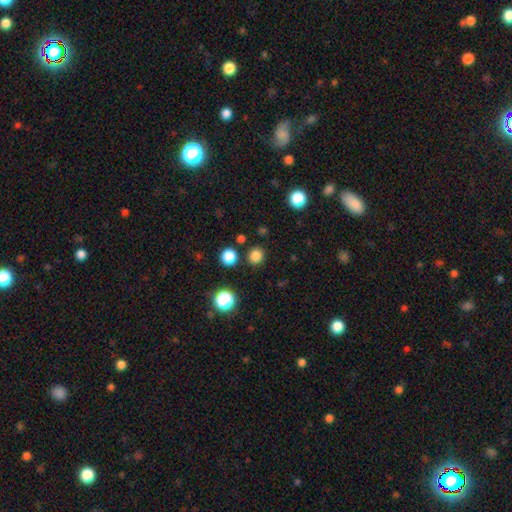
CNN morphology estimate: smooth_or_featured: smooth (p=0.81) [alt: star or artifact p=0.16]
how_rounded: round (p=0.91) [alt: in between p=0.09]
merging: none (p=0.88) [alt: minor disturbance p=0.06]